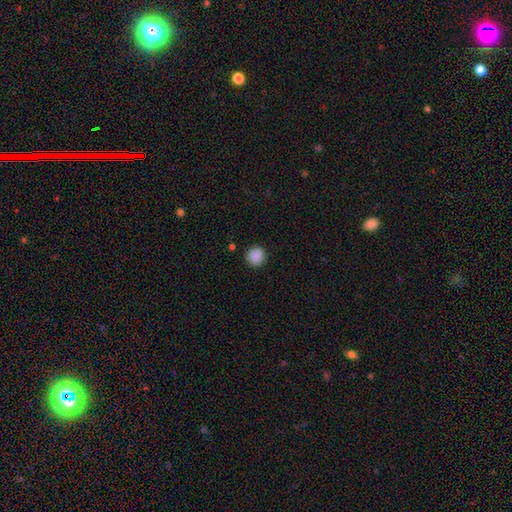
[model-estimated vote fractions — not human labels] Smooth or featured? smooth (88%)
How rounded? round (93%)
Merging? none (89%)